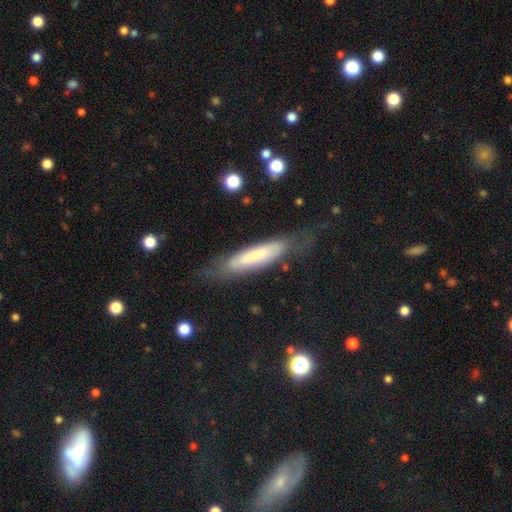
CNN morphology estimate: smooth 53%, featured or disk 40%, star or artifact 7%. Down the decision tree: how rounded — cigar-shaped (76%); merging — none (68%).